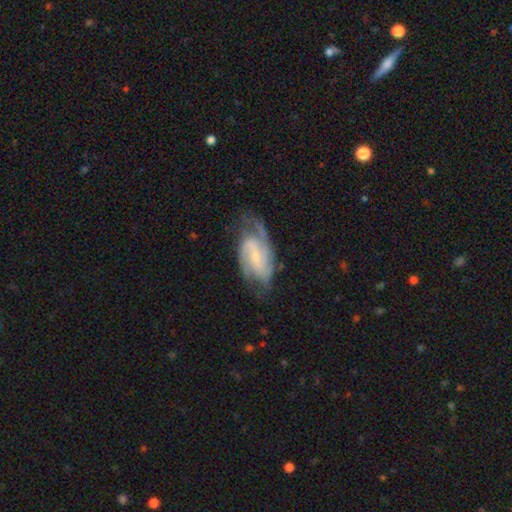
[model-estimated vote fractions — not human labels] Smooth or featured?
  - featured or disk: 85% *
  - smooth: 10%
  - star or artifact: 5%
Edge-on disk?
  - no: 96% *
  - yes: 4%
Bar?
  - weak: 50% *
  - no: 28%
  - strong: 22%
Spiral arms?
  - yes: 96% *
  - no: 4%
Spiral winding?
  - medium: 50% *
  - tight: 34%
  - loose: 16%
Spiral arm count?
  - 2: 67% *
  - 3: 13%
  - can't tell: 12%
  - 1: 4%
  - 4: 3%
  - more than 4: 2%
Bulge size?
  - small: 64% *
  - moderate: 24%
  - none: 9%
  - large: 2%
  - dominant: 1%
Merging?
  - none: 65% *
  - minor disturbance: 22%
  - major disturbance: 12%
  - merger: 2%